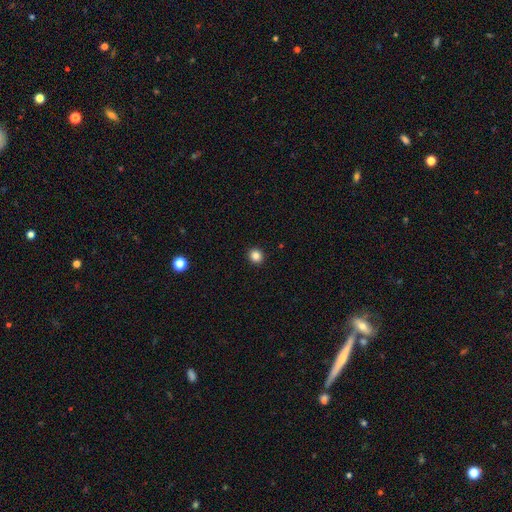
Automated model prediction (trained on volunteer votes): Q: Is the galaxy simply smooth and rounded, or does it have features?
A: smooth — 85%.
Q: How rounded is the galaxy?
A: round — 90%.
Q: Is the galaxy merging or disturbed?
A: none — 93%.